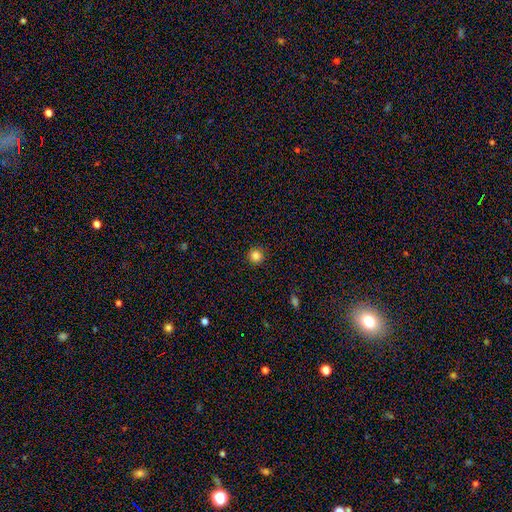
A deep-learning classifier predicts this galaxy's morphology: Smooth or featured? Predicted: smooth (p=0.84). How rounded? Predicted: round (p=0.95). Merging? Predicted: none (p=0.92).